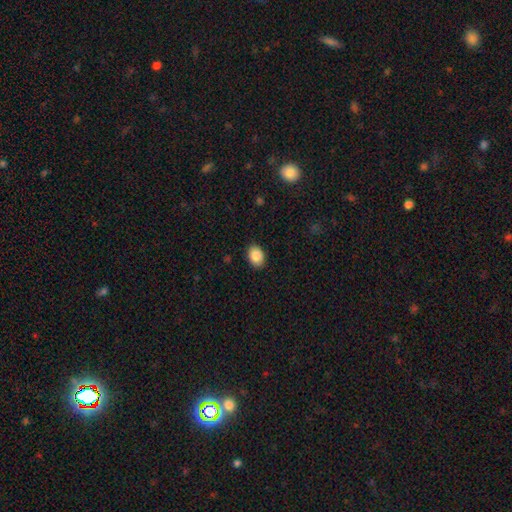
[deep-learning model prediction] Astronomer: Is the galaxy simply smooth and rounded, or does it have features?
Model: smooth — 87%.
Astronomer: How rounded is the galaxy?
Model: in between — 75%.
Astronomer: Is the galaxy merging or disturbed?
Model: none — 89%.